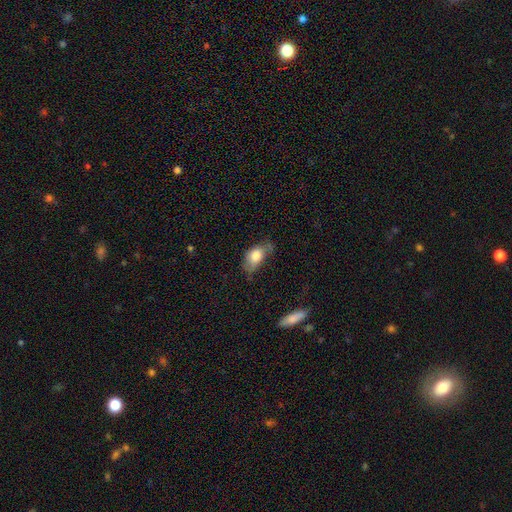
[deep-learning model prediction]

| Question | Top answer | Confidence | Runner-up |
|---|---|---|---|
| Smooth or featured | smooth | 75% | featured or disk (18%) |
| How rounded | in between | 89% | round (7%) |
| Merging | none | 41% | minor disturbance (39%) |